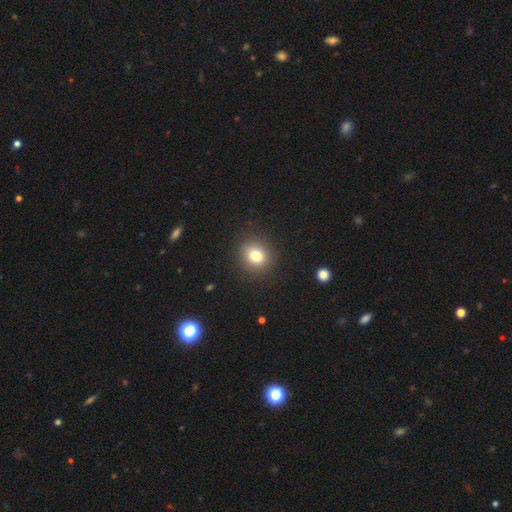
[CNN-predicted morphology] Q: Smooth or featured?
A: smooth (80%); runner-up: star or artifact (12%)
Q: How rounded?
A: round (80%); runner-up: in between (19%)
Q: Merging?
A: none (90%); runner-up: minor disturbance (7%)